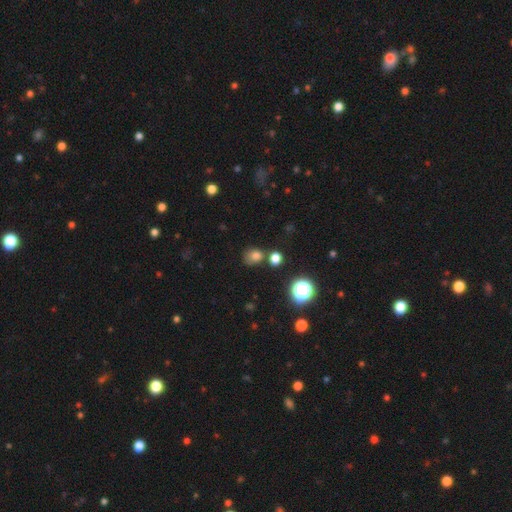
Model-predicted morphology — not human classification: This appears to be a smooth galaxy with no disk features (75%) that is round (62%). Merging: none (62%).